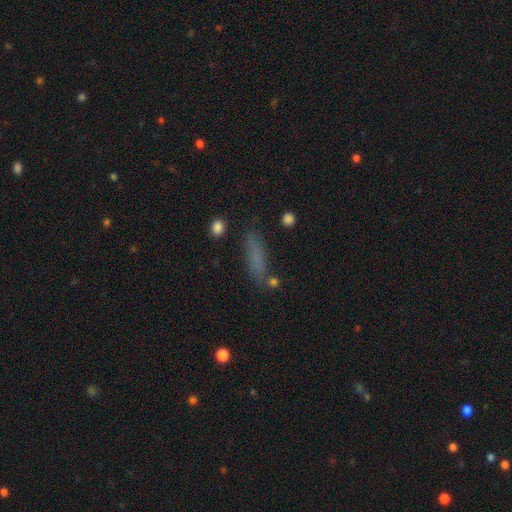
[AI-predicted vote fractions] The model was most divided on "how rounded": cigar-shaped: 71%, in between: 27%, round: 3%. More confident: merging — none (75%); smooth or featured — smooth (74%).